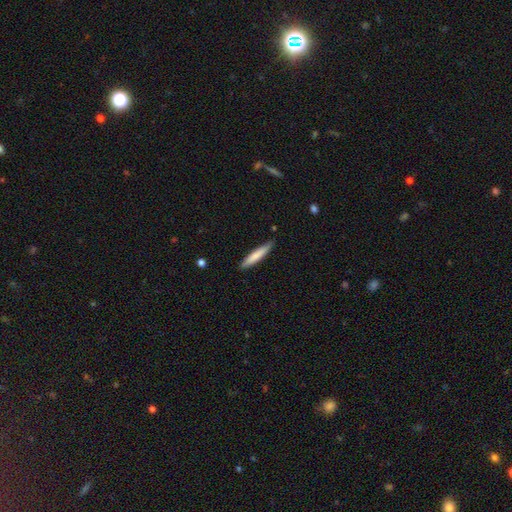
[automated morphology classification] This is likely a smooth galaxy (76%). How rounded: clearly cigar-shaped (92%). Merging: clearly none (86%).